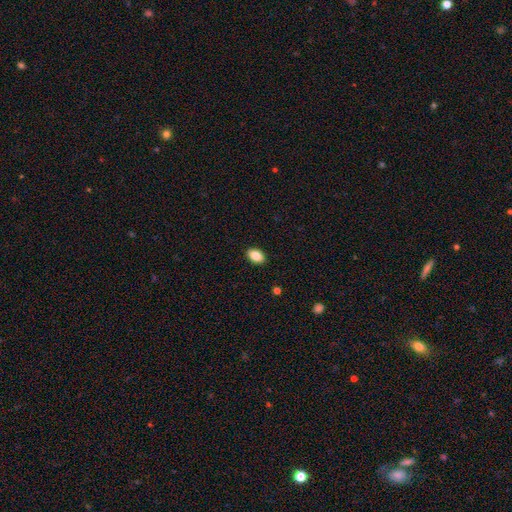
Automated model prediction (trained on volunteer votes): Smooth or featured? smooth (86%)
How rounded? in between (90%)
Merging? none (90%)